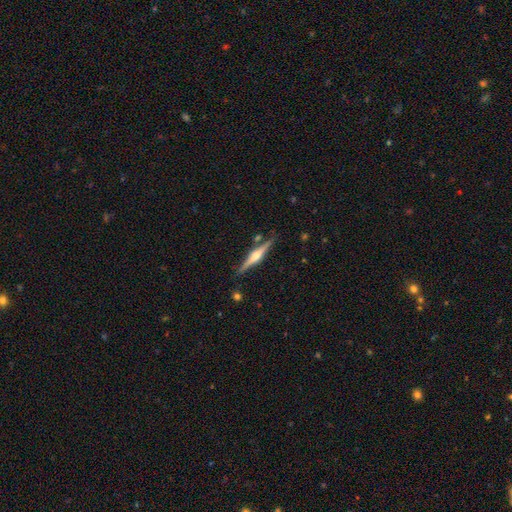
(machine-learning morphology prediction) featured or disk 76%, smooth 18%, star or artifact 6%. Down the decision tree: edge-on disk — yes (98%); edge-on bulge — rounded (87%); merging — none (86%).